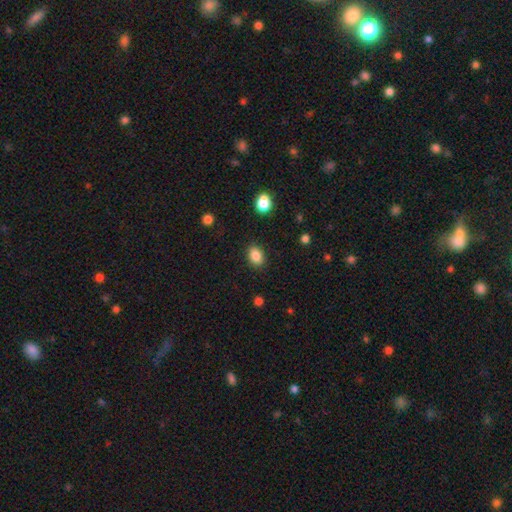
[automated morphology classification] This is clearly a smooth galaxy (85%). How rounded: likely in between (73%). Merging: clearly none (87%).